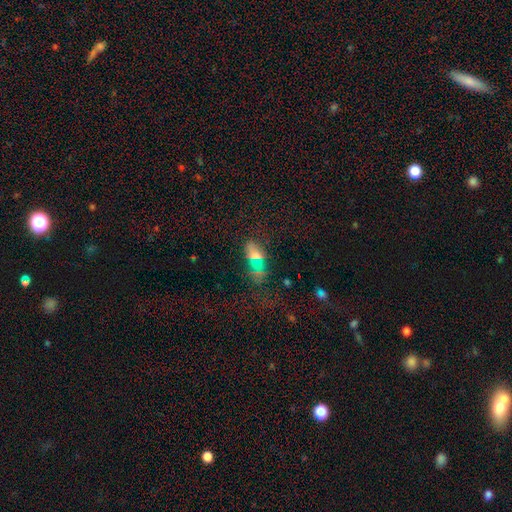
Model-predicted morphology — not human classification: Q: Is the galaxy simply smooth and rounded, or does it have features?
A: smooth — 54%.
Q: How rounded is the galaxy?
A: in between — 74%.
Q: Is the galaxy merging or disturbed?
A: none — 49%.